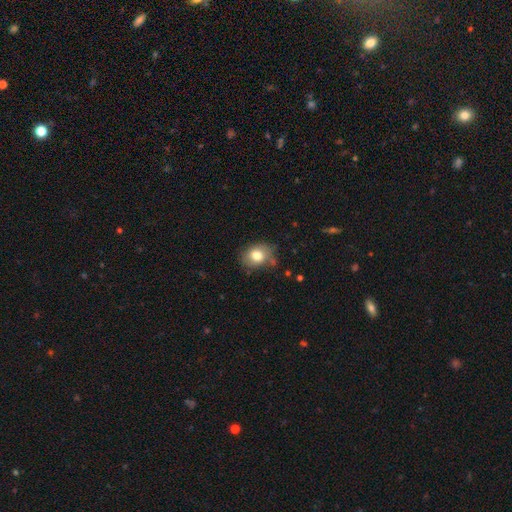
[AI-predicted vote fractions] The model was most divided on "how rounded": in between: 52%, round: 47%, cigar-shaped: 1%. More confident: smooth or featured — smooth (79%); merging — none (71%).